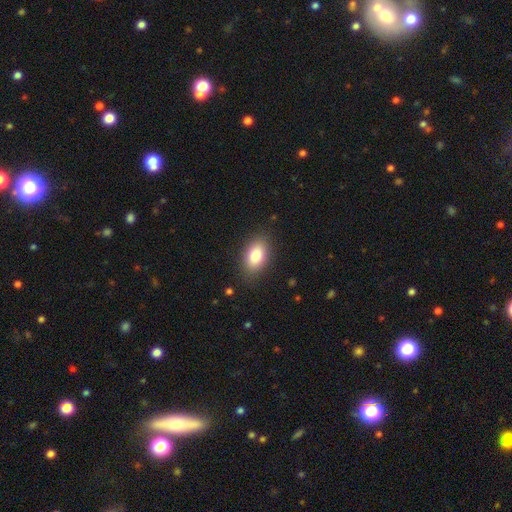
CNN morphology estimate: Smooth or featured? smooth (81%)
How rounded? in between (89%)
Merging? none (86%)